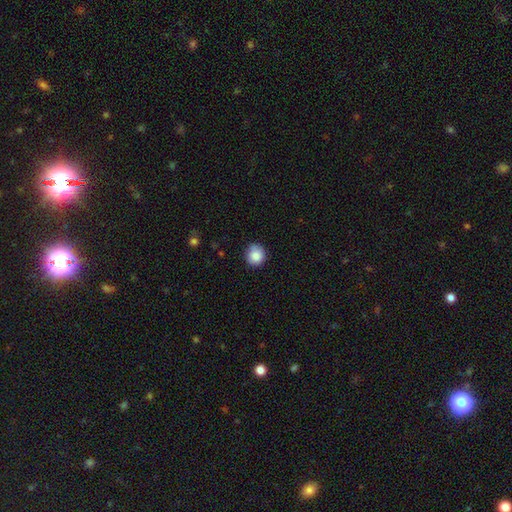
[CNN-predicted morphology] smooth 85%, star or artifact 9%, featured or disk 6%. Down the decision tree: how rounded — round (89%); merging — none (79%).